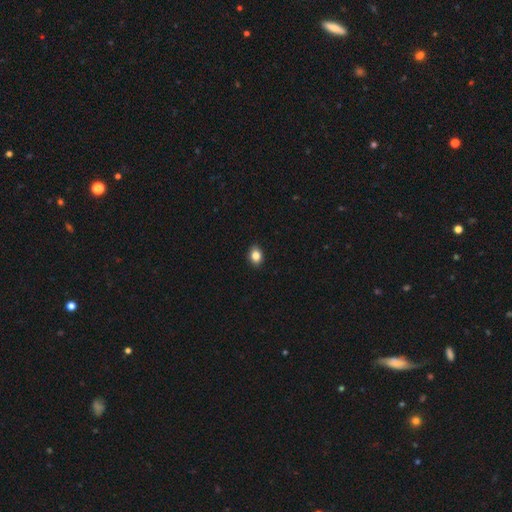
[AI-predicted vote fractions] This appears to be a smooth galaxy with no disk features (84%) that is in between round and cigar-shaped (63%). Merging: none (90%).